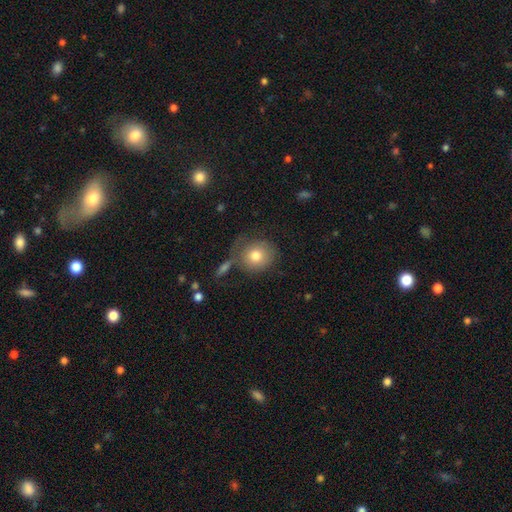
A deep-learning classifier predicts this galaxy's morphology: smooth_or_featured: smooth (p=0.75) [alt: featured or disk p=0.16]
how_rounded: round (p=0.84) [alt: in between p=0.15]
merging: none (p=0.60) [alt: minor disturbance p=0.18]